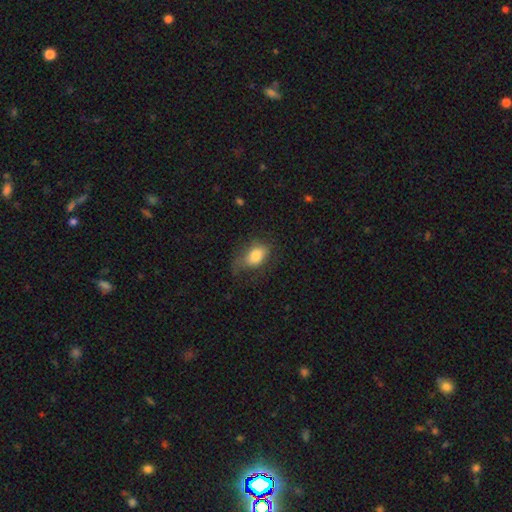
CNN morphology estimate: type=smooth (75%); roundness=in between (86%); merging=none (48%).